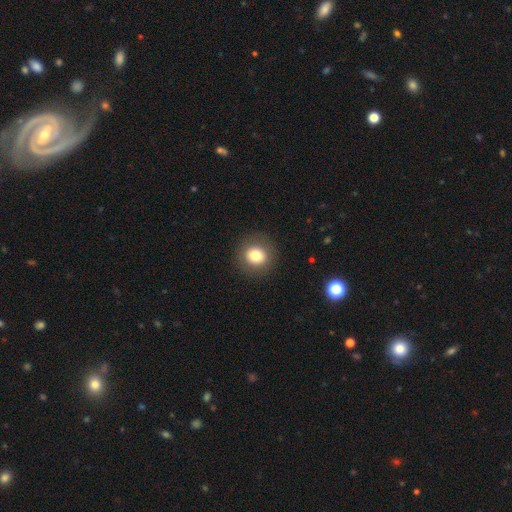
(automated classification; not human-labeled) Morphology: type=smooth (78%); roundness=round (89%); merging=none (90%).